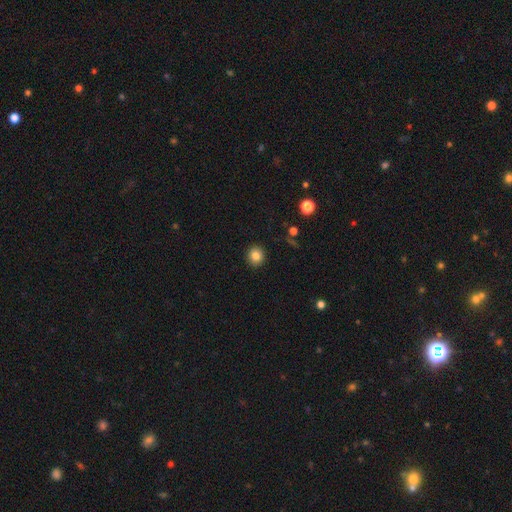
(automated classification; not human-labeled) Smooth or featured: smooth — 83% (star or artifact — 11%)
How rounded: round — 88% (in between — 11%)
Merging: none — 92% (minor disturbance — 5%)